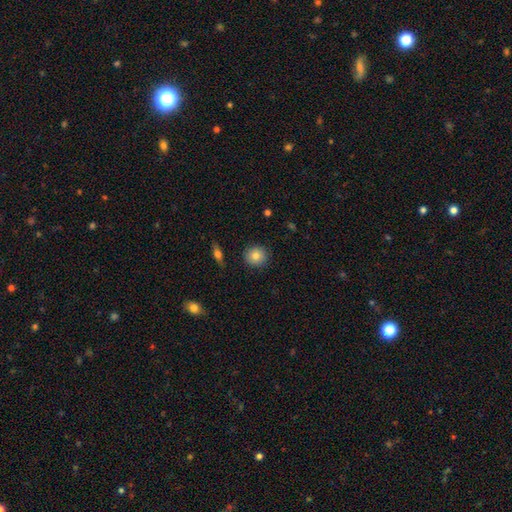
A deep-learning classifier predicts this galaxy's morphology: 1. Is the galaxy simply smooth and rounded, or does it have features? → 81% smooth, 10% featured or disk, 9% star or artifact.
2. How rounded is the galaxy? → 91% round, 8% in between, 1% cigar-shaped.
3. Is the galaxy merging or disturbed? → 90% none, 7% minor disturbance, 2% major disturbance, 1% merger.